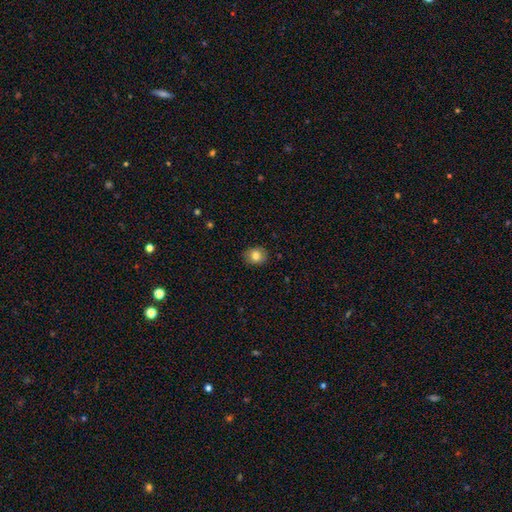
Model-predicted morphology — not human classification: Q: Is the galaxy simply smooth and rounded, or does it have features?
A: smooth — 82%.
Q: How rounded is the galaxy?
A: round — 62%.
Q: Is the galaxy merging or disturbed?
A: none — 87%.